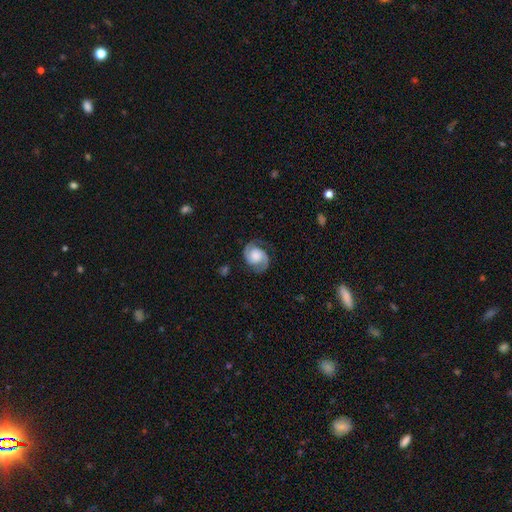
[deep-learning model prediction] A featured or disk galaxy (83%) with no bar (66%), 2 (92%) medium (49%) spiral arms (97%) and a large central bulge (41%).

Vote fractions:
- Smooth or featured? featured or disk: 83% / smooth: 11% / star or artifact: 6%
- Edge-on disk? no: 98% / yes: 2%
- Bar? no: 66% / weak: 28% / strong: 6%
- Spiral arms? yes: 97% / no: 3%
- Spiral winding? medium: 49% / tight: 35% / loose: 16%
- Spiral arm count? 2: 92% / can't tell: 2% / 1: 2% / 3: 1% / 4: 1% / more than 4: 1%
- Bulge size? large: 41% / moderate: 25% / none: 16% / small: 11% / dominant: 7%
- Merging? none: 76% / minor disturbance: 16% / major disturbance: 7% / merger: 1%